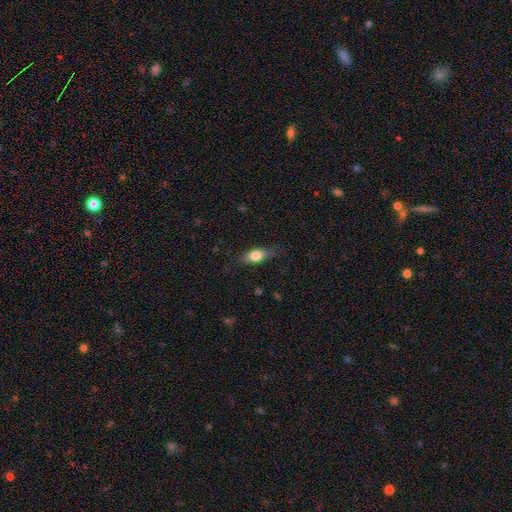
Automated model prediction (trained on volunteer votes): Morphology: type=smooth (71%); roundness=in between (77%); merging=none (76%).